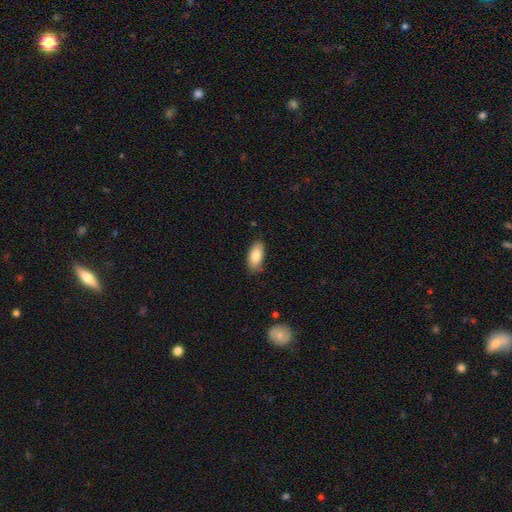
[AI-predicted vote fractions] This appears to be a smooth galaxy with no disk features (83%) that is in between round and cigar-shaped (89%). Merging: none (81%).